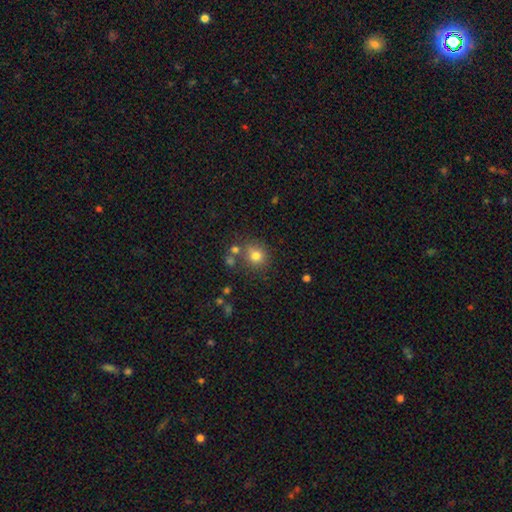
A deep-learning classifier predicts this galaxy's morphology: Smooth or featured?
  - smooth: 77% *
  - star or artifact: 15%
  - featured or disk: 9%
How rounded?
  - round: 84% *
  - in between: 15%
  - cigar-shaped: 1%
Merging?
  - none: 69% *
  - merger: 15%
  - minor disturbance: 12%
  - major disturbance: 5%